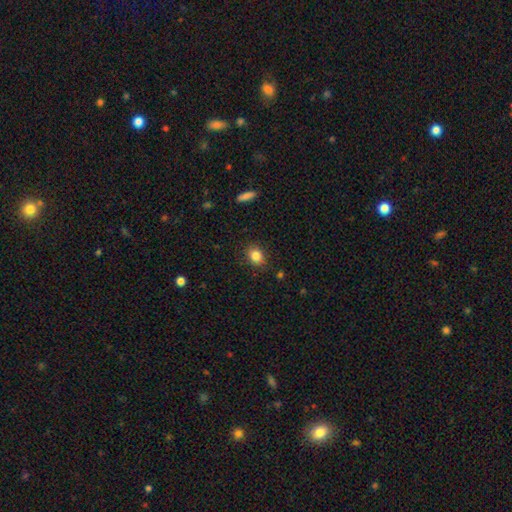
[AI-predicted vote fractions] A smooth galaxy with no disk features (84%) that is round (58%).

Vote fractions:
- Smooth or featured? smooth: 84% / star or artifact: 10% / featured or disk: 6%
- How rounded? round: 58% / in between: 41% / cigar-shaped: 1%
- Merging? none: 86% / minor disturbance: 10% / major disturbance: 3% / merger: 1%